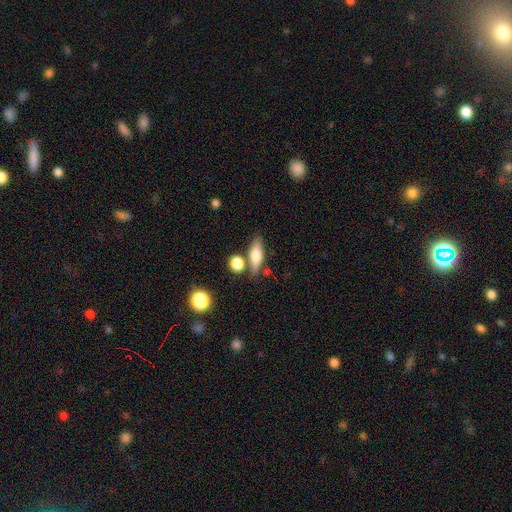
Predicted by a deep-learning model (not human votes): A smooth galaxy with no disk features (65%) that is in between round and cigar-shaped (53%). Merging: none (70%).